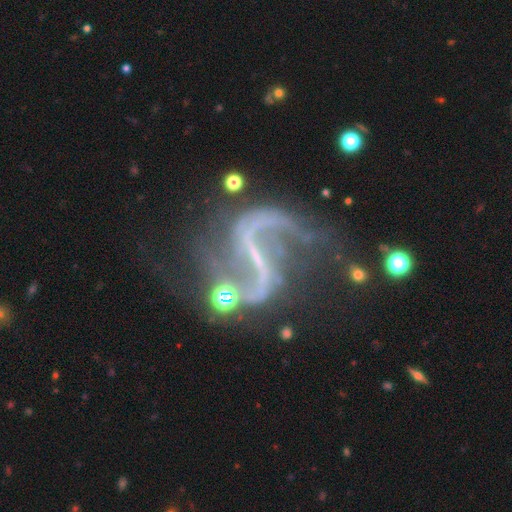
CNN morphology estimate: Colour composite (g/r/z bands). It shows a featured or disk galaxy (91%) with a strong bar (50%), 2 (92%) loose (78%) spiral arms (96%) and a small central bulge (54%). Merging: none (50%).